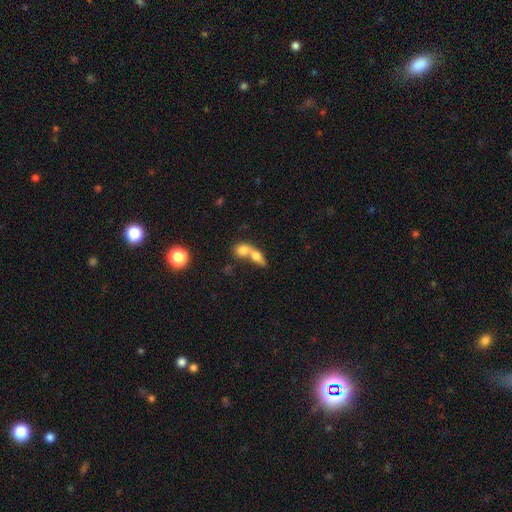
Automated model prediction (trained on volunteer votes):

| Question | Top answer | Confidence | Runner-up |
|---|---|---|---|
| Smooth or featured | smooth | 68% | featured or disk (23%) |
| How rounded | in between | 58% | round (28%) |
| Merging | merger | 73% | none (17%) |